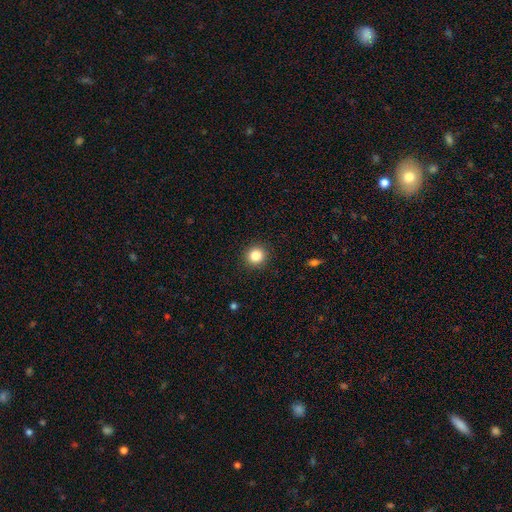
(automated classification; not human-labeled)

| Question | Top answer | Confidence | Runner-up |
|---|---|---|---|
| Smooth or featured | smooth | 85% | star or artifact (11%) |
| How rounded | round | 92% | in between (7%) |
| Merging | none | 92% | minor disturbance (5%) |